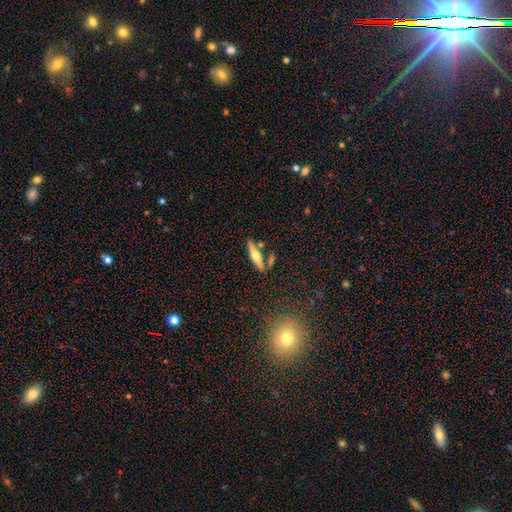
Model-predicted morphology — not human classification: featured or disk 53%, smooth 41%, star or artifact 7%. Down the decision tree: edge-on disk — yes (93%); merging — none (76%).